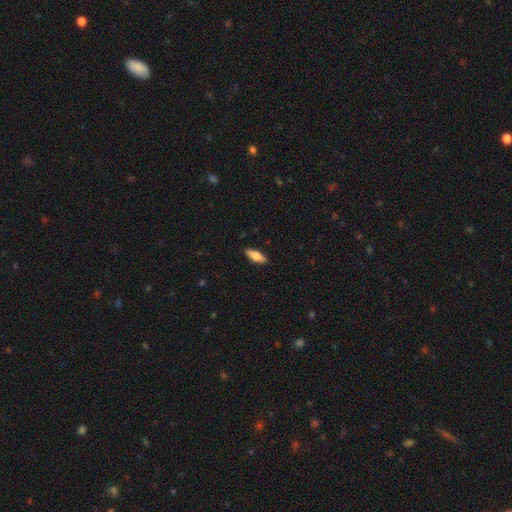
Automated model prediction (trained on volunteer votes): Smooth or featured? Predicted: smooth (p=0.73). How rounded? Predicted: in between (p=0.67). Merging? Predicted: none (p=0.89).